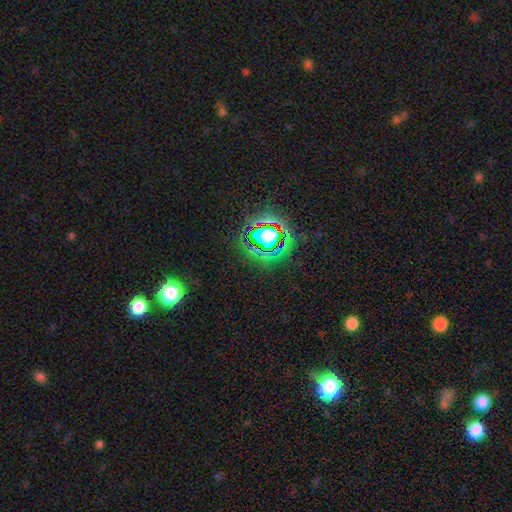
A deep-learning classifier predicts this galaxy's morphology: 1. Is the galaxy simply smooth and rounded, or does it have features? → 80% star or artifact, 13% smooth, 7% featured or disk.